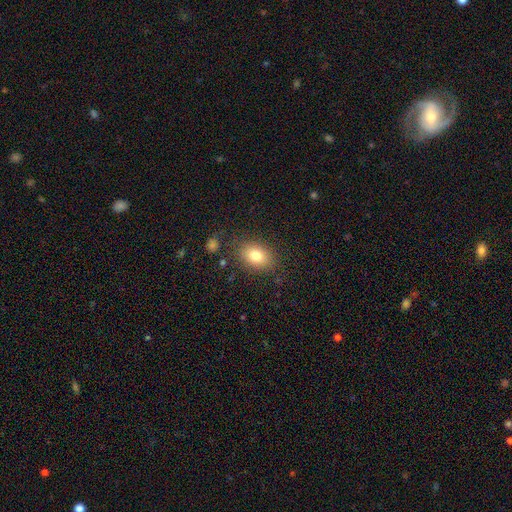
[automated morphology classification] Smooth or featured? Predicted: smooth (p=0.78). How rounded? Predicted: in between (p=0.68). Merging? Predicted: none (p=0.82).